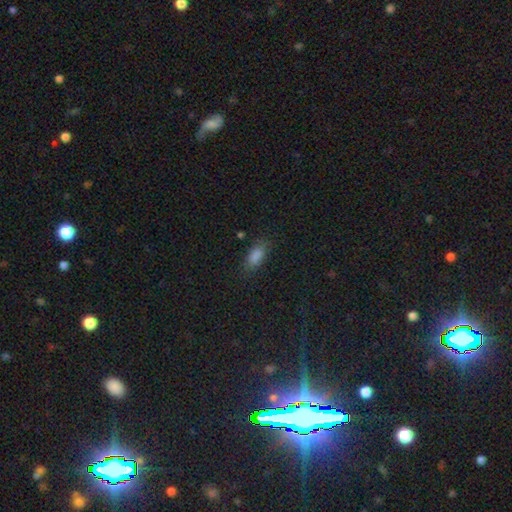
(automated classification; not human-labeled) Smooth or featured? smooth (79%)
How rounded? in between (85%)
Merging? none (78%)